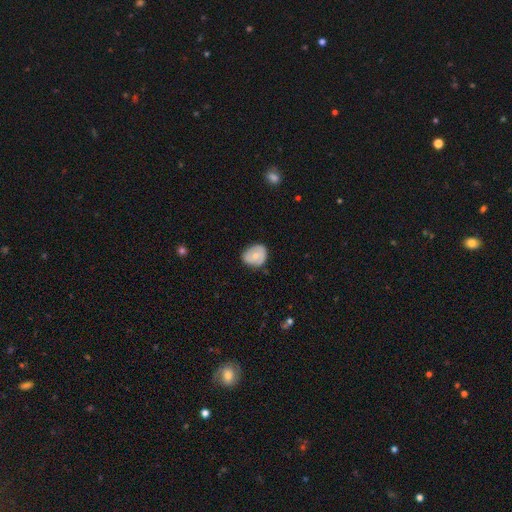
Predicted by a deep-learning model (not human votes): smooth_or_featured: smooth (p=0.61) [alt: featured or disk p=0.32]
how_rounded: round (p=0.56) [alt: in between p=0.43]
merging: none (p=0.64) [alt: minor disturbance p=0.29]